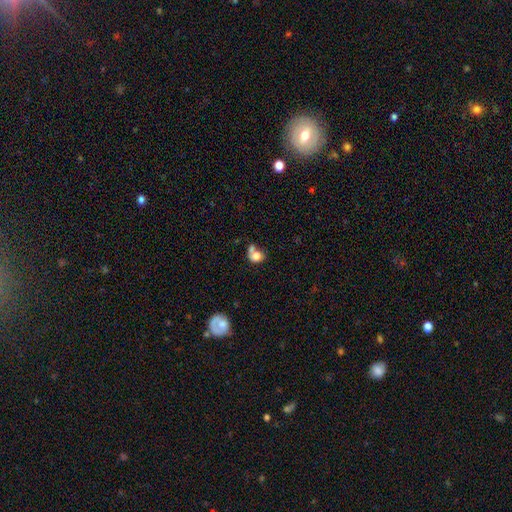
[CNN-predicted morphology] The model was most divided on "how rounded": round: 56%, in between: 43%, cigar-shaped: 1%. Remaining: smooth or featured — smooth (76%); merging — merger (45%).